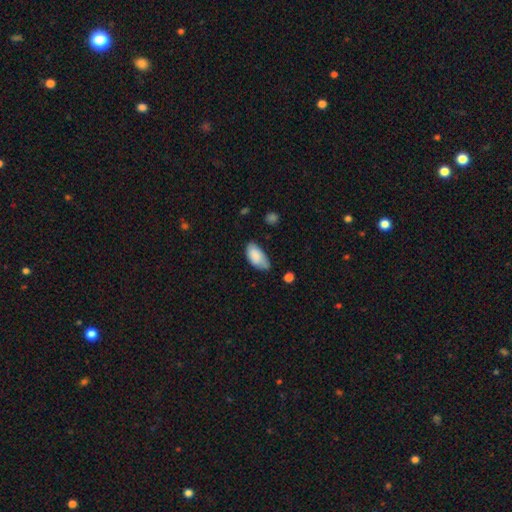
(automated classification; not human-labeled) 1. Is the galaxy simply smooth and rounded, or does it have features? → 85% smooth, 9% featured or disk, 7% star or artifact.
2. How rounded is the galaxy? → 94% in between, 3% cigar-shaped, 3% round.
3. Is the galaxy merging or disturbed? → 50% none, 39% minor disturbance, 8% major disturbance, 3% merger.